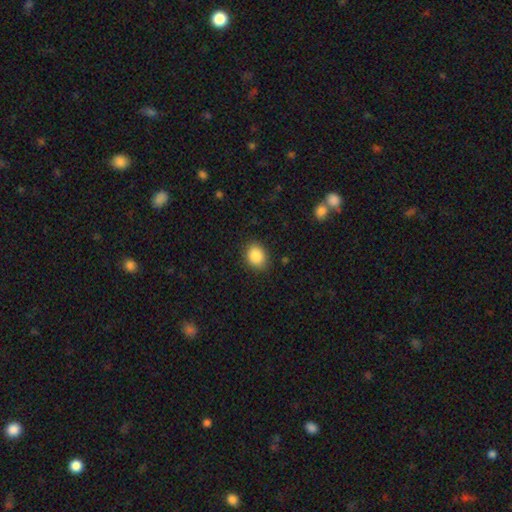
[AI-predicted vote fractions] Smooth or featured?
  - smooth: 87% *
  - star or artifact: 8%
  - featured or disk: 4%
How rounded?
  - round: 51% *
  - in between: 48%
  - cigar-shaped: 1%
Merging?
  - none: 86% *
  - minor disturbance: 10%
  - major disturbance: 3%
  - merger: 1%